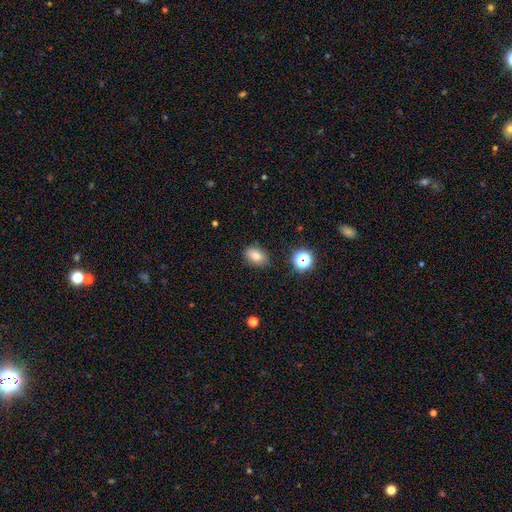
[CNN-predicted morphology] type=smooth (79%); roundness=in between (80%); merging=none (83%).